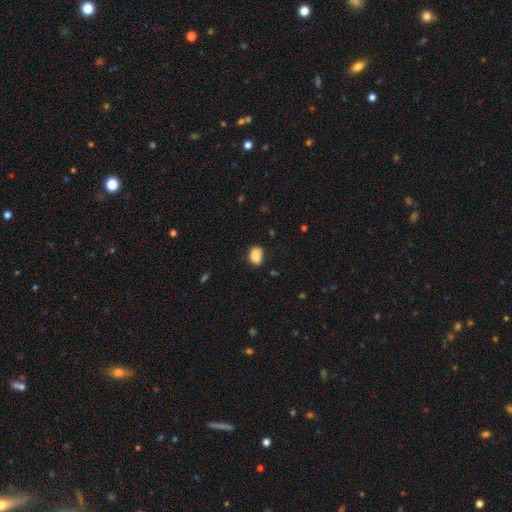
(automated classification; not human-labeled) Q: Smooth or featured?
A: smooth (88%); runner-up: star or artifact (8%)
Q: How rounded?
A: in between (75%); runner-up: round (23%)
Q: Merging?
A: none (81%); runner-up: minor disturbance (15%)